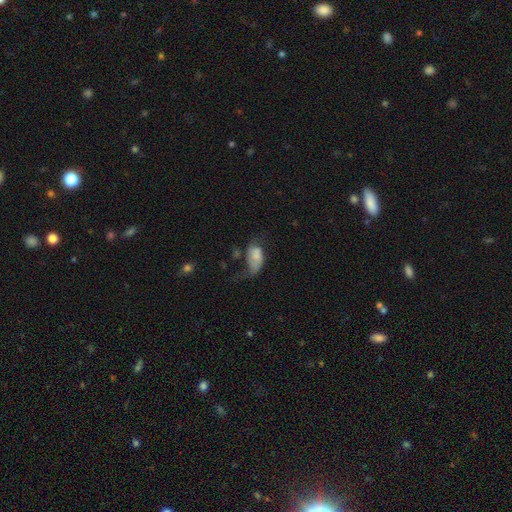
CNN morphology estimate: A smooth galaxy with no disk features (54%) that is in between round and cigar-shaped (92%).

Vote fractions:
- Smooth or featured? smooth: 54% / featured or disk: 37% / star or artifact: 9%
- How rounded? in between: 92% / round: 6% / cigar-shaped: 2%
- Merging? major disturbance: 45% / minor disturbance: 24% / none: 23% / merger: 8%